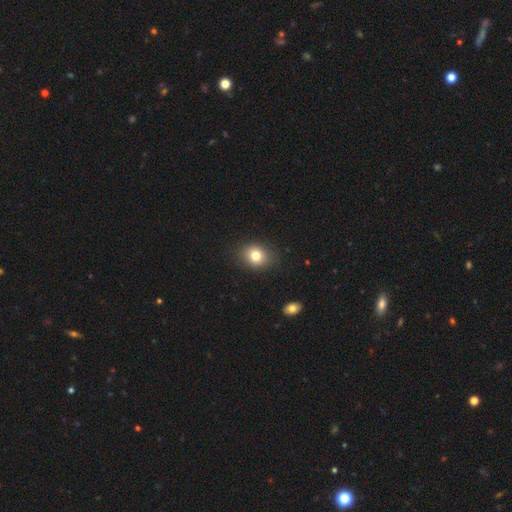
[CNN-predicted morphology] Smooth or featured?
  - smooth: 79% *
  - star or artifact: 11%
  - featured or disk: 10%
How rounded?
  - round: 53% *
  - in between: 46%
  - cigar-shaped: 1%
Merging?
  - none: 86% *
  - minor disturbance: 10%
  - major disturbance: 3%
  - merger: 1%